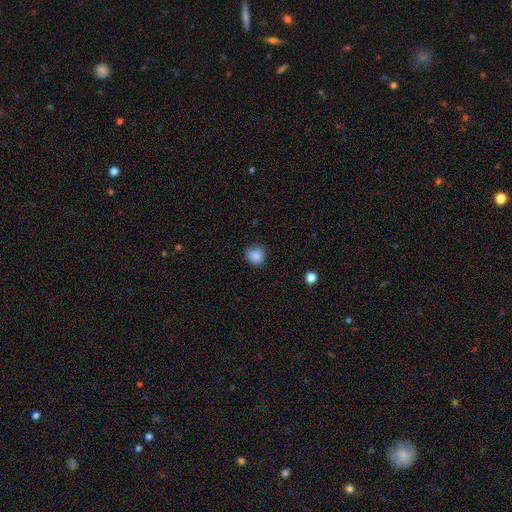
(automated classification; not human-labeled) Smooth or featured: smooth — 86% (star or artifact — 10%)
How rounded: round — 83% (in between — 16%)
Merging: none — 77% (minor disturbance — 18%)